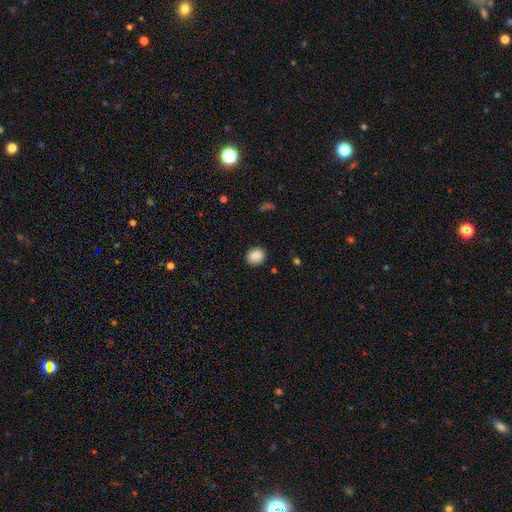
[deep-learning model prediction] Q: Smooth or featured?
A: smooth (87%); runner-up: star or artifact (8%)
Q: How rounded?
A: round (70%); runner-up: in between (29%)
Q: Merging?
A: none (89%); runner-up: minor disturbance (8%)